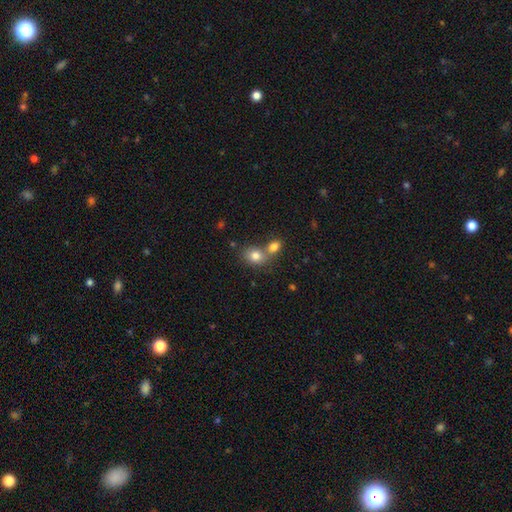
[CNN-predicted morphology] A smooth galaxy with no disk features (80%) that is in between round and cigar-shaped (53%).

Vote fractions:
- Smooth or featured? smooth: 80% / star or artifact: 11% / featured or disk: 10%
- How rounded? in between: 53% / round: 46% / cigar-shaped: 1%
- Merging? merger: 48% / none: 41% / minor disturbance: 8% / major disturbance: 3%